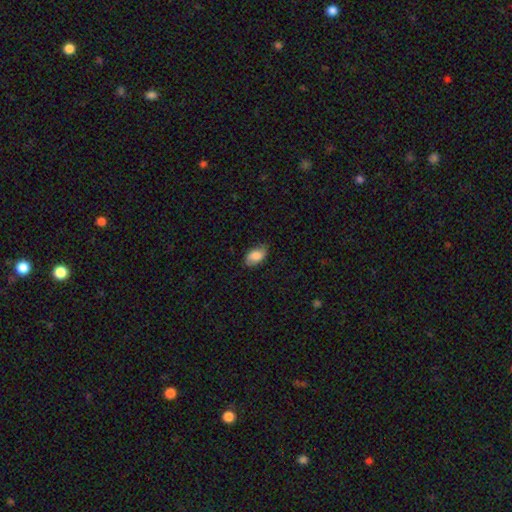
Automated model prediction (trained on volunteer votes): This appears to be a smooth galaxy with no disk features (73%) that is in between round and cigar-shaped (92%). Merging: none (76%).